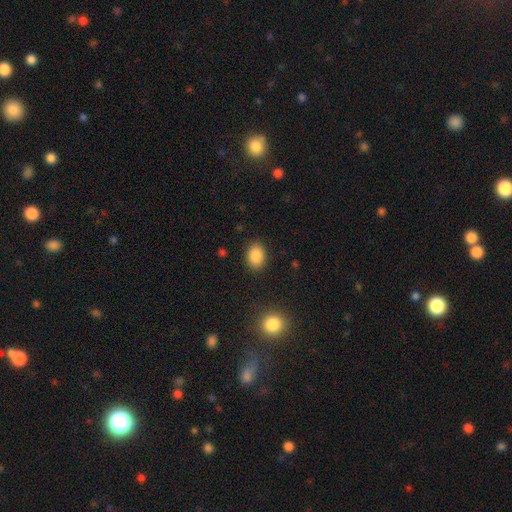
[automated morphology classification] The model was most divided on "how rounded": in between: 79%, round: 20%, cigar-shaped: 1%. More confident: smooth or featured — smooth (88%); merging — none (87%).